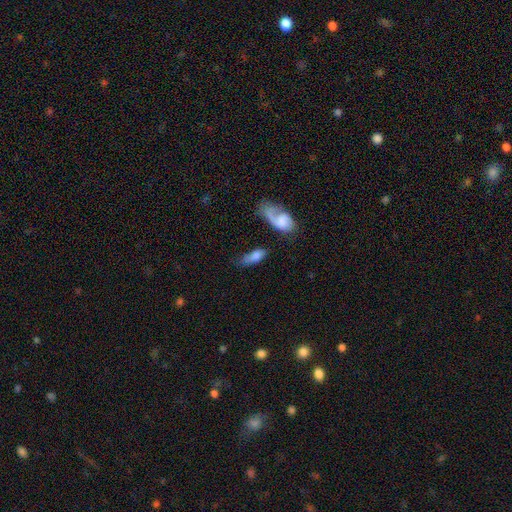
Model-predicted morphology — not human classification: A smooth galaxy with no disk features (66%) that is in between round and cigar-shaped (75%). Merging: none (43%).